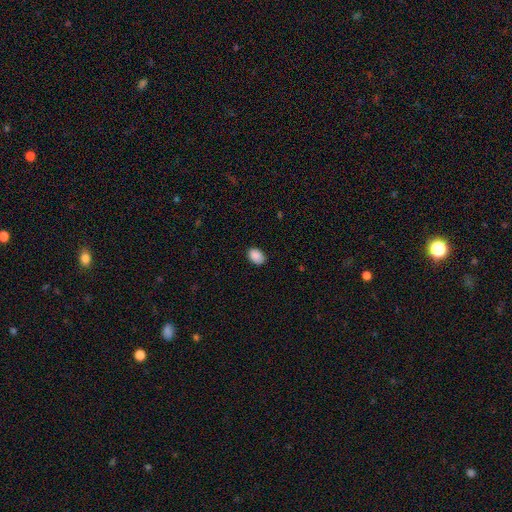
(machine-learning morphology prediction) Q: Smooth or featured?
A: smooth (90%); runner-up: star or artifact (7%)
Q: How rounded?
A: in between (83%); runner-up: round (16%)
Q: Merging?
A: none (87%); runner-up: minor disturbance (10%)